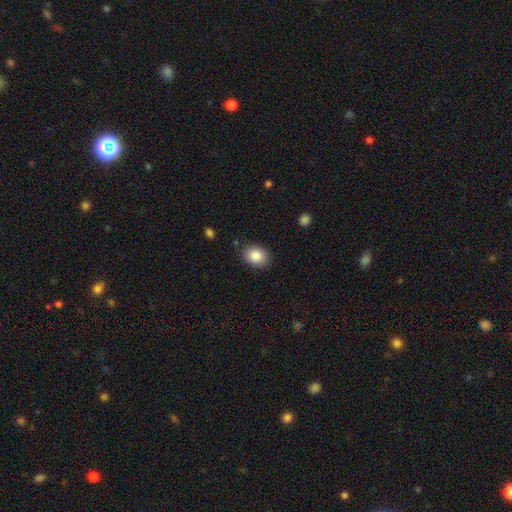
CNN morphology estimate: Smooth or featured? smooth (86%)
How rounded? in between (67%)
Merging? none (87%)